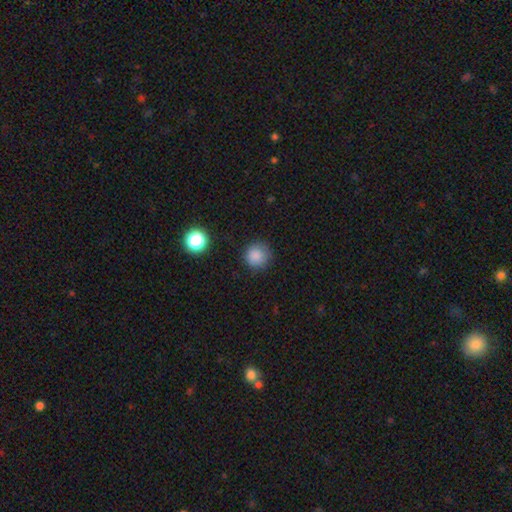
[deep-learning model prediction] Q: Smooth or featured?
A: smooth (85%); runner-up: star or artifact (11%)
Q: How rounded?
A: round (94%); runner-up: in between (5%)
Q: Merging?
A: none (86%); runner-up: minor disturbance (10%)